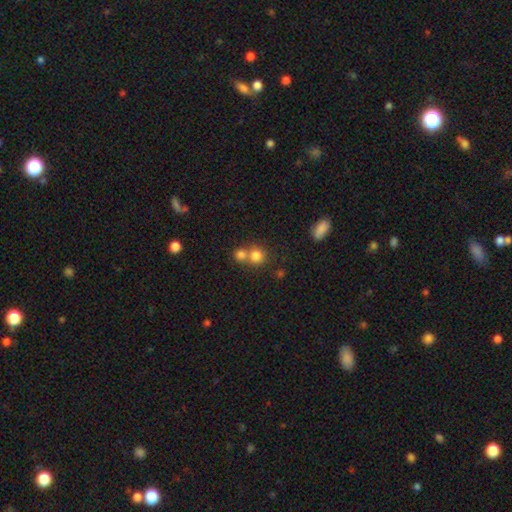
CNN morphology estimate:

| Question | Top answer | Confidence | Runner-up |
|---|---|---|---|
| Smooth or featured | smooth | 79% | star or artifact (13%) |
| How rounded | round | 88% | in between (11%) |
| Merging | none | 48% | merger (44%) |